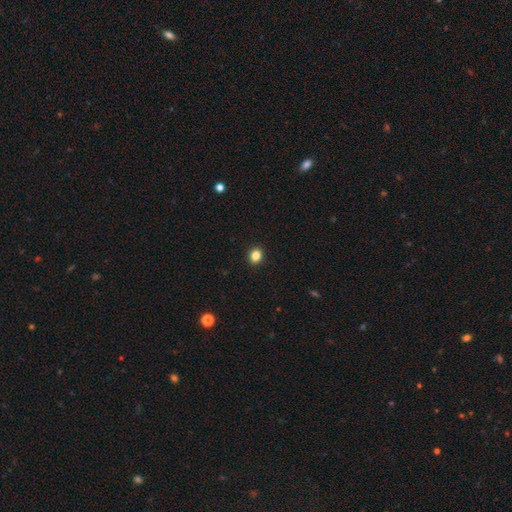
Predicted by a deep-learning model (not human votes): smooth_or_featured: smooth (p=0.84) [alt: star or artifact p=0.11]
how_rounded: round (p=0.64) [alt: in between p=0.35]
merging: none (p=0.92) [alt: minor disturbance p=0.06]